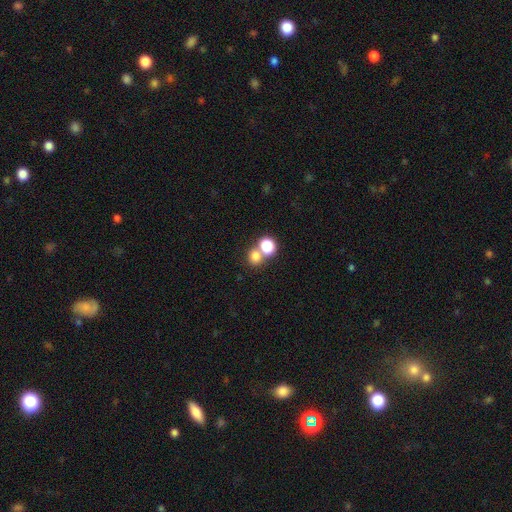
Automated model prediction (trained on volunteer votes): A smooth galaxy with no disk features (75%) that is round (75%). Merging: none (47%).